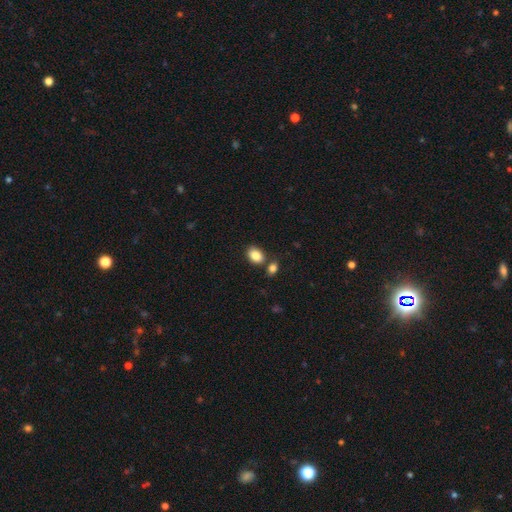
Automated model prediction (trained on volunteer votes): Q: Smooth or featured?
A: smooth (86%); runner-up: star or artifact (8%)
Q: How rounded?
A: in between (75%); runner-up: round (24%)
Q: Merging?
A: none (67%); runner-up: merger (17%)